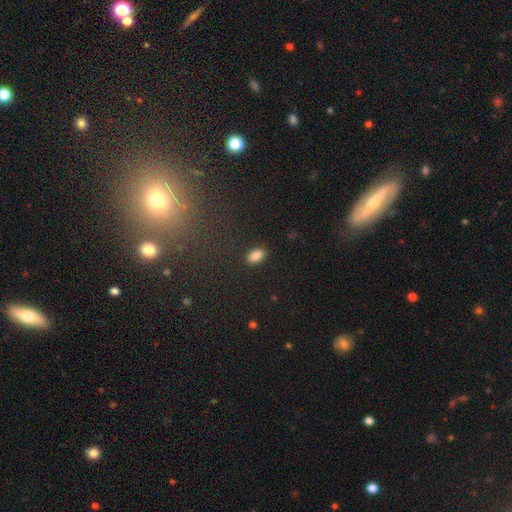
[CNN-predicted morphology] Smooth or featured?
  - smooth: 86% *
  - star or artifact: 9%
  - featured or disk: 5%
How rounded?
  - in between: 91% *
  - round: 6%
  - cigar-shaped: 2%
Merging?
  - none: 88% *
  - minor disturbance: 8%
  - major disturbance: 2%
  - merger: 1%